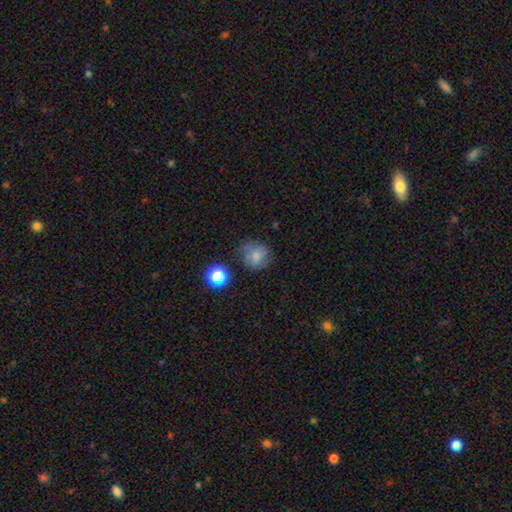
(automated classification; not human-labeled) smooth 75%, star or artifact 14%, featured or disk 11%. Down the decision tree: how rounded — round (82%); merging — none (62%).